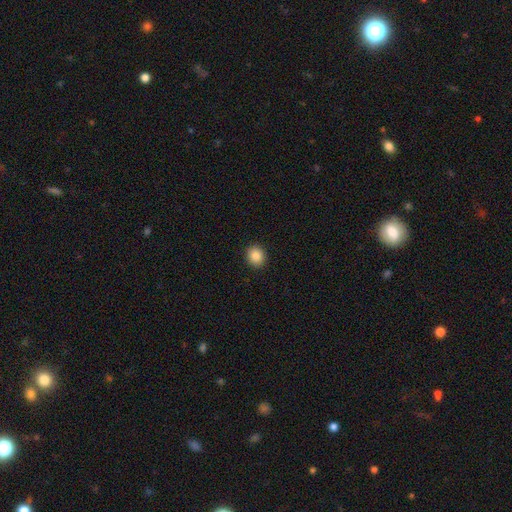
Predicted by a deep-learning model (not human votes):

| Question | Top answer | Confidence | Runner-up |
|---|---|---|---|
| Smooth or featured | smooth | 86% | star or artifact (9%) |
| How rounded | round | 73% | in between (26%) |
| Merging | none | 92% | minor disturbance (6%) |